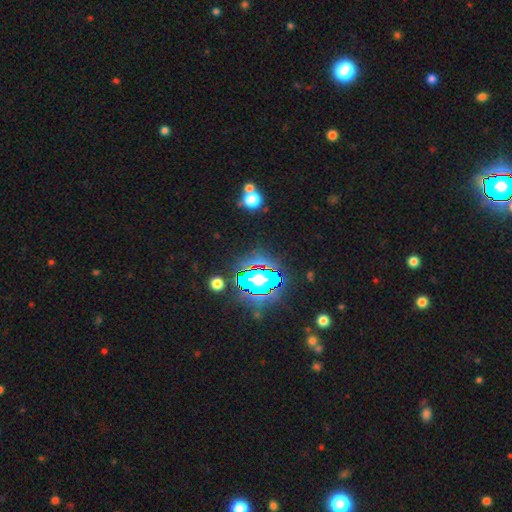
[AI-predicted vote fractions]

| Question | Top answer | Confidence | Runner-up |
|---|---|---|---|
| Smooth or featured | star or artifact | 83% | smooth (10%) |